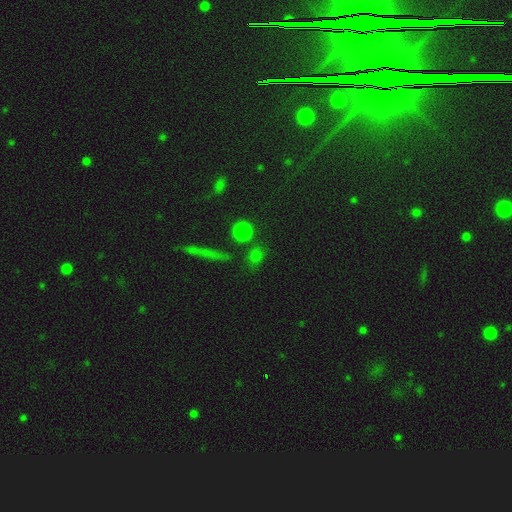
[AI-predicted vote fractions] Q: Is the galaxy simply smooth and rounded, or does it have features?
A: smooth — 69%.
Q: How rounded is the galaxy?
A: round — 75%.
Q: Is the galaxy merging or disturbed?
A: none — 78%.